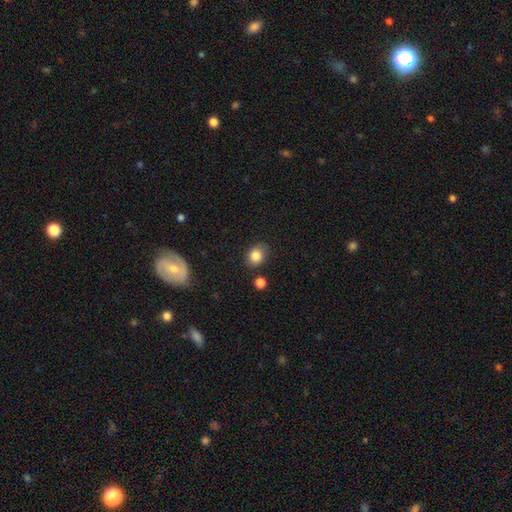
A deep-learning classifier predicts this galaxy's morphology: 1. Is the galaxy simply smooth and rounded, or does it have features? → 83% smooth, 9% star or artifact, 8% featured or disk.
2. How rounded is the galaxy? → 53% in between, 46% round, 1% cigar-shaped.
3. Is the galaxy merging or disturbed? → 77% none, 15% minor disturbance, 4% merger, 3% major disturbance.